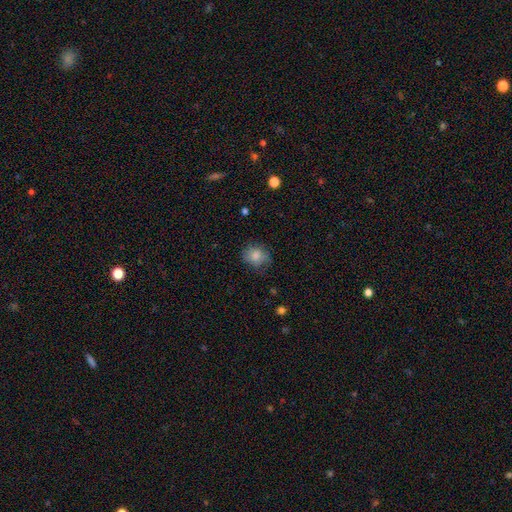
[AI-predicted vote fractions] smooth 81%, featured or disk 10%, star or artifact 9%. Down the decision tree: how rounded — round (65%); merging — none (67%).